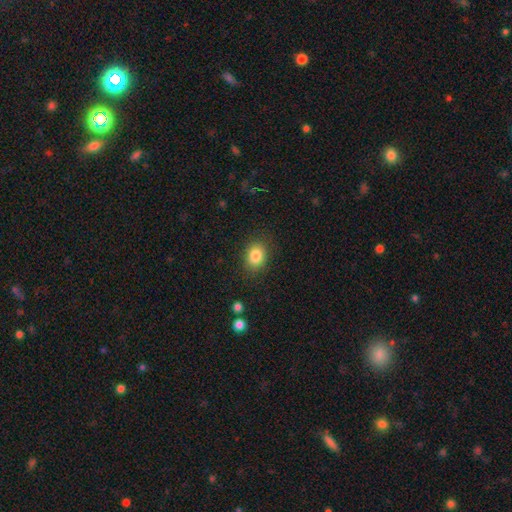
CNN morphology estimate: Smooth or featured: smooth — 84% (star or artifact — 10%)
How rounded: in between — 53% (round — 46%)
Merging: none — 85% (minor disturbance — 10%)